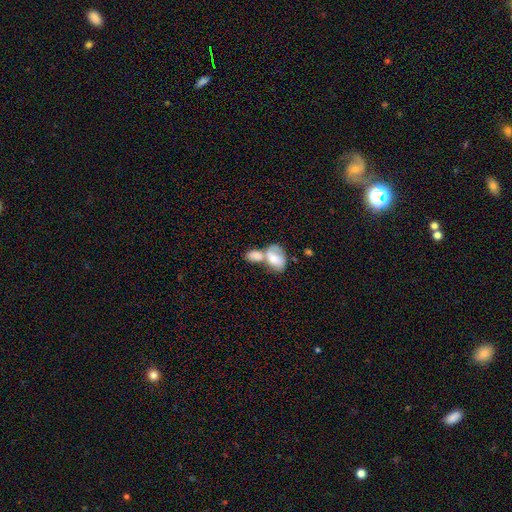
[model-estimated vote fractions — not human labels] Morphology: type=smooth (71%); roundness=in between (87%); merging=merger (70%).